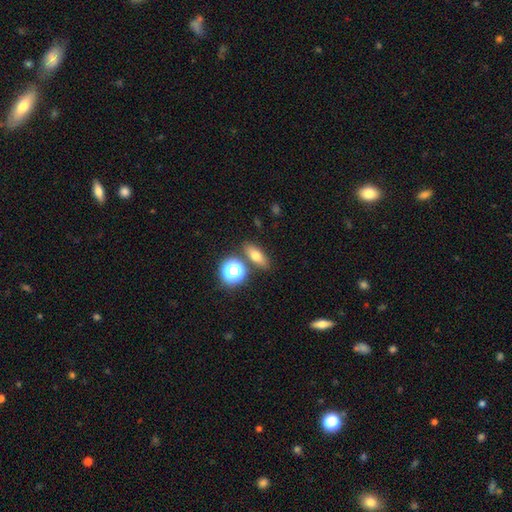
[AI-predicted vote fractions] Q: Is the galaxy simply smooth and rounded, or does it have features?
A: smooth — 66%.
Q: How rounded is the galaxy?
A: in between — 61%.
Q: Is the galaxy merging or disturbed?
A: none — 78%.